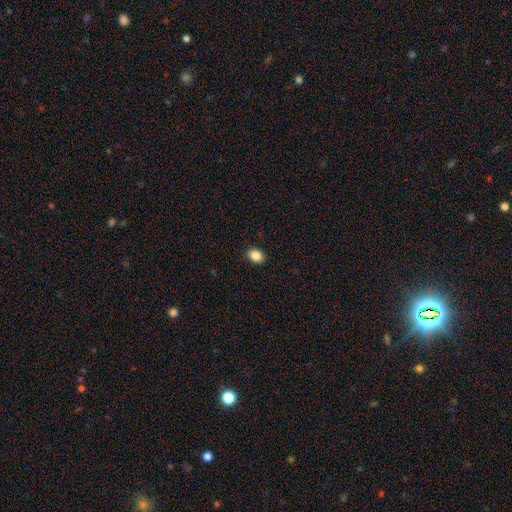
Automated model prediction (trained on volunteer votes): A smooth galaxy with no disk features (87%) that is in between round and cigar-shaped (64%). Merging: none (90%).